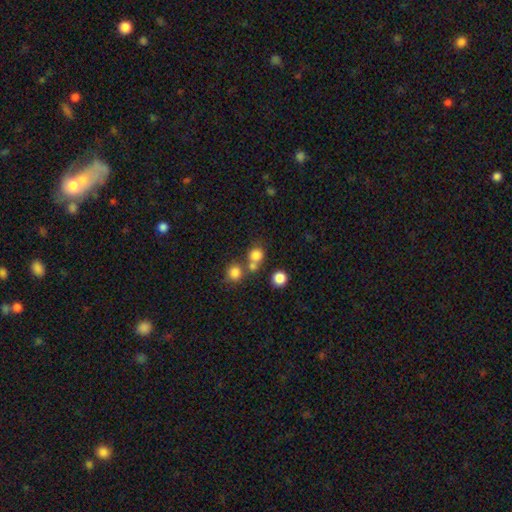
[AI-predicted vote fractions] Smooth or featured? smooth (78%)
How rounded? round (83%)
Merging? none (52%)